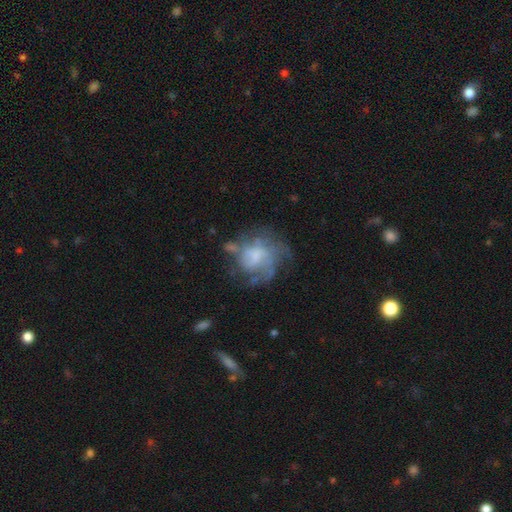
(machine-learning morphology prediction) A featured or disk galaxy (59%) with no bar (68%), no spiral arms (51%) and a small central bulge (40%). Merging: none (41%).